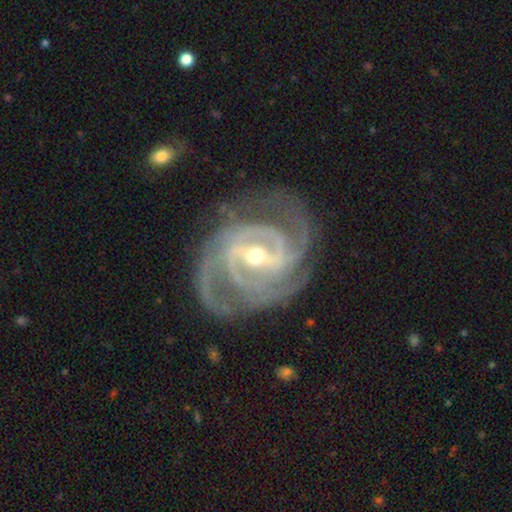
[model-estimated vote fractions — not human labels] Smooth or featured? featured or disk (93%)
Edge-on disk? no (97%)
Bar? strong (49%)
Spiral arms? yes (98%)
Spiral winding? tight (59%)
Spiral arm count? 3 (42%)
Bulge size? moderate (53%)
Merging? none (73%)